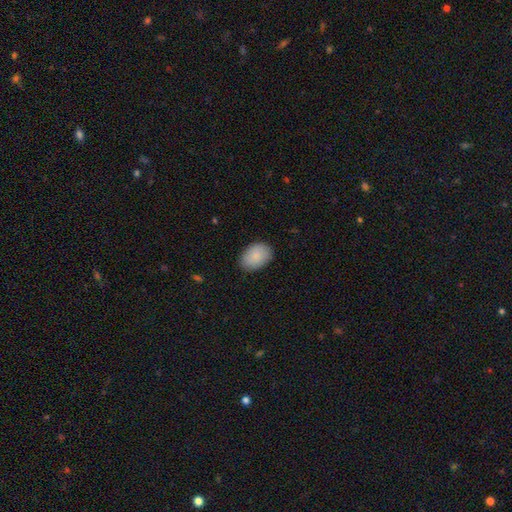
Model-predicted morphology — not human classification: smooth-or-featured: smooth: 88% | star or artifact: 6% | featured or disk: 6%
  how-rounded: in between: 83% | round: 16% | cigar-shaped: 1%
  merging: none: 86% | minor disturbance: 11% | major disturbance: 2% | merger: 1%